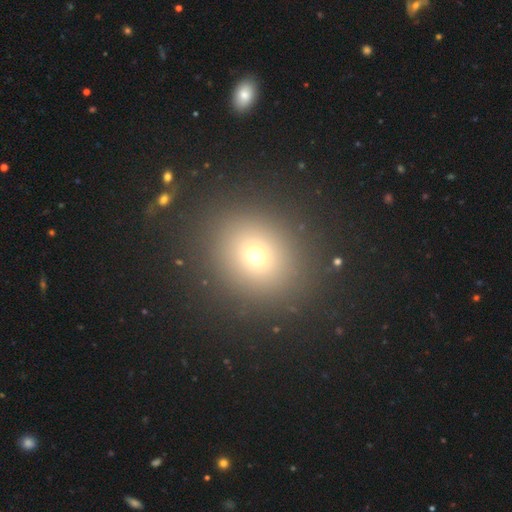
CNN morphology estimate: A smooth galaxy with no disk features (67%) that is round (76%). Merging: none (88%).